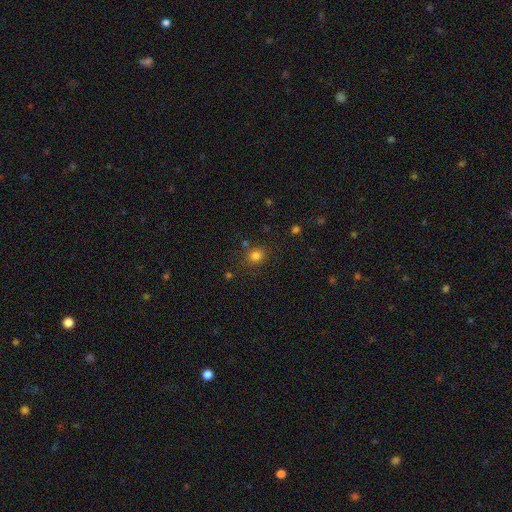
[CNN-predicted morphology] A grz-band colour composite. It shows a smooth galaxy with no disk features (80%) that is round (78%). Merging: none (79%).